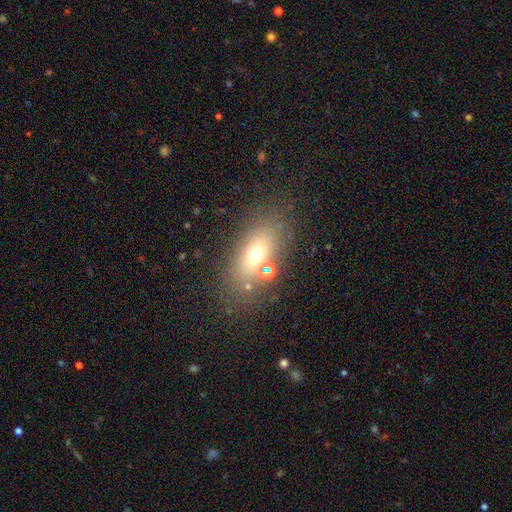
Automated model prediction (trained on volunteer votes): smooth 56%, featured or disk 26%, star or artifact 18%. Down the decision tree: how rounded — in between (74%); merging — none (62%).